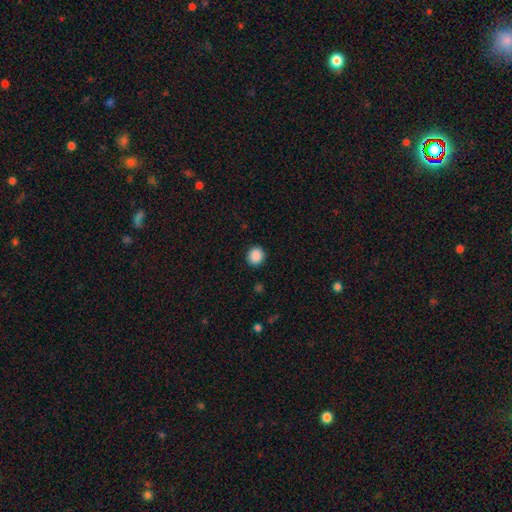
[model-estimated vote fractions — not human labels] This is clearly a smooth galaxy (89%). How rounded: clearly round (83%). Merging: clearly none (90%).